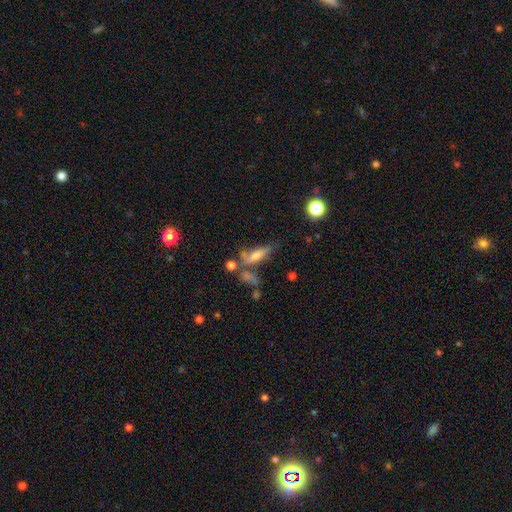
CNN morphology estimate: smooth_or_featured: smooth (p=0.50) [alt: featured or disk p=0.34]
how_rounded: cigar-shaped (p=0.58) [alt: in between p=0.37]
merging: none (p=0.44) [alt: merger p=0.25]